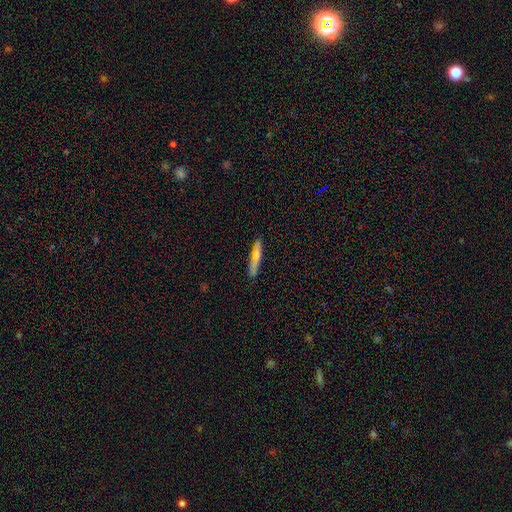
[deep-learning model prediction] smooth 66%, featured or disk 27%, star or artifact 6%. Down the decision tree: how rounded — cigar-shaped (93%); merging — none (84%).